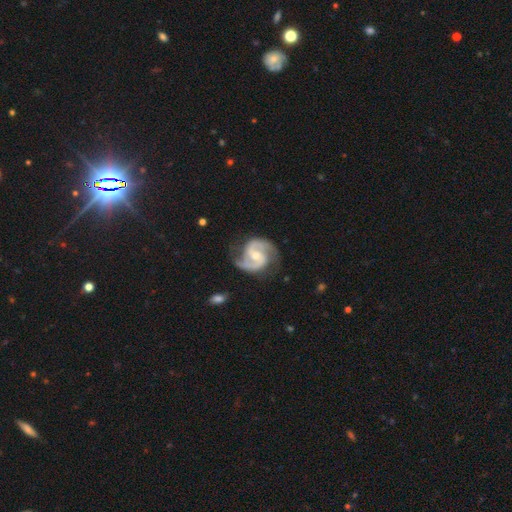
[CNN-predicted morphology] Smooth or featured: featured or disk — 92% (star or artifact — 4%)
Edge-on disk: no — 98% (yes — 2%)
Bar: weak — 46% (no — 40%)
Spiral arms: yes — 98% (no — 2%)
Spiral winding: medium — 61% (tight — 25%)
Spiral arm count: 2 — 92% (3 — 3%)
Bulge size: moderate — 53% (small — 42%)
Merging: none — 76% (minor disturbance — 17%)